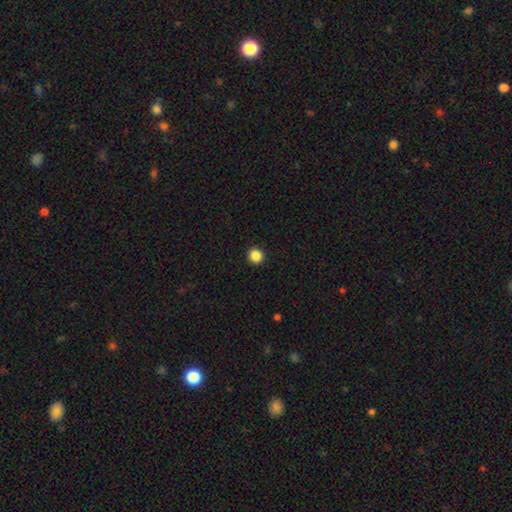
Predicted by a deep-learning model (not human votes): This is clearly a smooth galaxy (86%). How rounded: clearly round (92%). Merging: clearly none (93%).